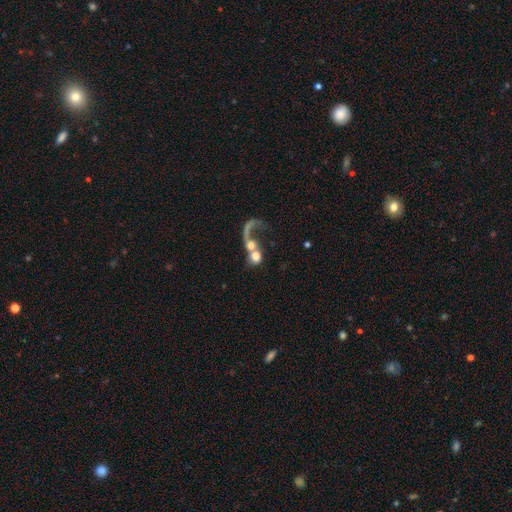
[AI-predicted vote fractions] Overall: smooth (47%; featured or disk 43%). Merging: merger (60%).